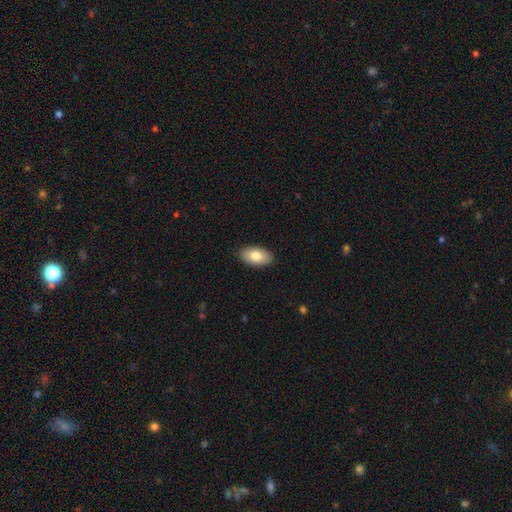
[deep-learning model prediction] Smooth or featured? smooth (79%)
How rounded? in between (94%)
Merging? none (89%)